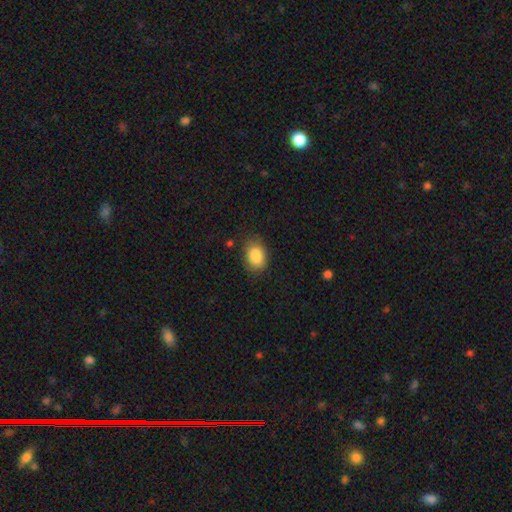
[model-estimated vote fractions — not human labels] Morphology: type=smooth (86%); roundness=in between (74%); merging=none (81%).